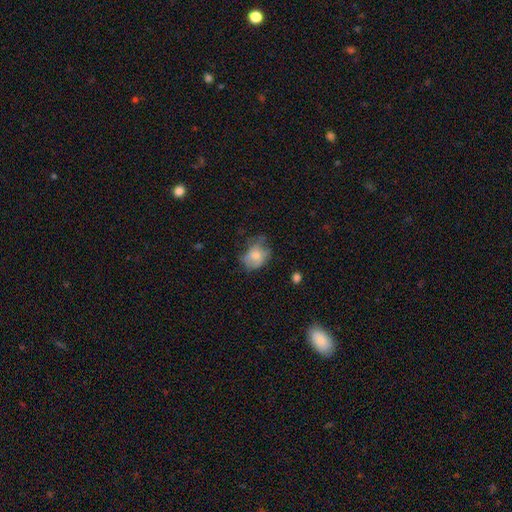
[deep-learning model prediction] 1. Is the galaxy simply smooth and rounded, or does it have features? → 64% smooth, 28% featured or disk, 9% star or artifact.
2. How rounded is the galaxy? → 64% in between, 35% round, 1% cigar-shaped.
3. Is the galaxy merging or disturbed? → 40% none, 34% minor disturbance, 24% major disturbance, 2% merger.